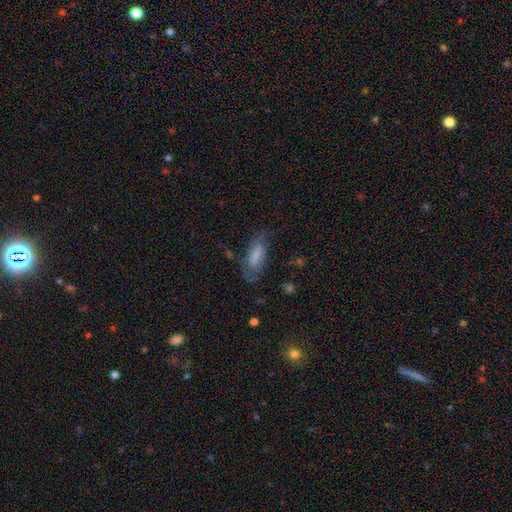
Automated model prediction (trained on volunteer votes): Smooth or featured: smooth — 54% (featured or disk — 38%)
How rounded: in between — 78% (cigar-shaped — 18%)
Merging: none — 51% (minor disturbance — 27%)